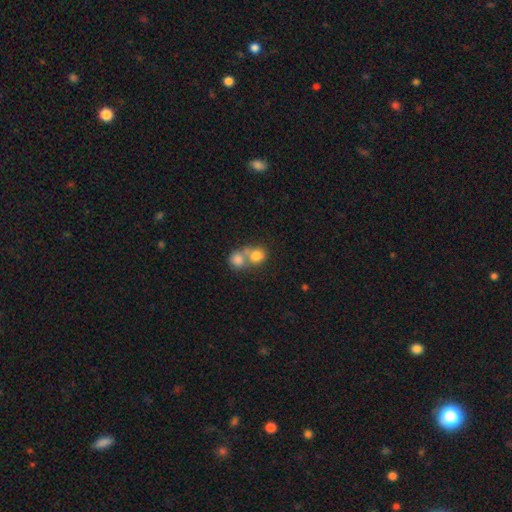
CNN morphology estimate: A smooth galaxy with no disk features (78%) that is round (74%).

Vote fractions:
- Smooth or featured? smooth: 78% / featured or disk: 12% / star or artifact: 10%
- How rounded? round: 74% / in between: 25% / cigar-shaped: 1%
- Merging? merger: 63% / none: 29% / minor disturbance: 6% / major disturbance: 3%